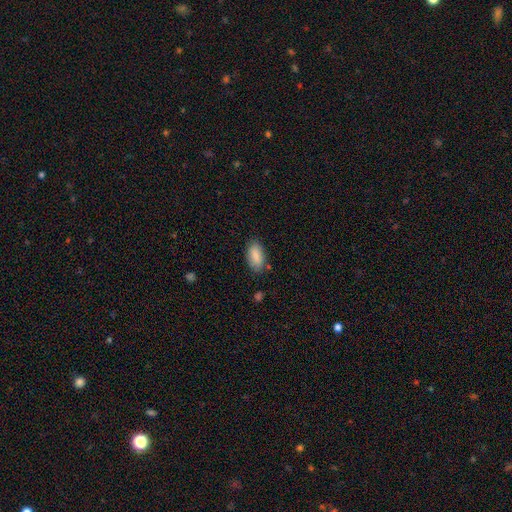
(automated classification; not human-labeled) Overall: smooth (86%). How rounded: in between (91%). Merging: none (82%).